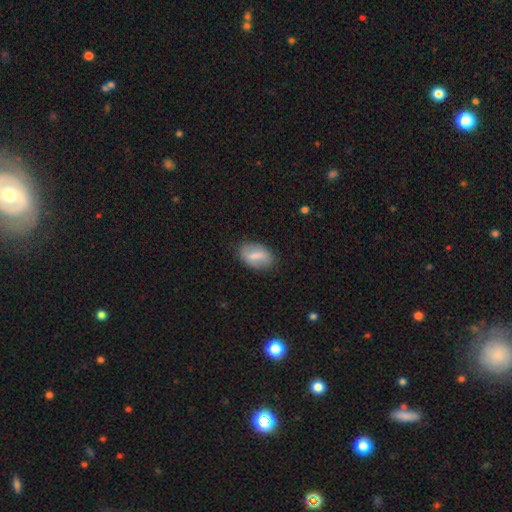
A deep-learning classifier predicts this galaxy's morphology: The model was most divided on "smooth or featured": smooth: 64%, featured or disk: 29%, star or artifact: 7%. More confident: how rounded — in between (89%); merging — none (79%).